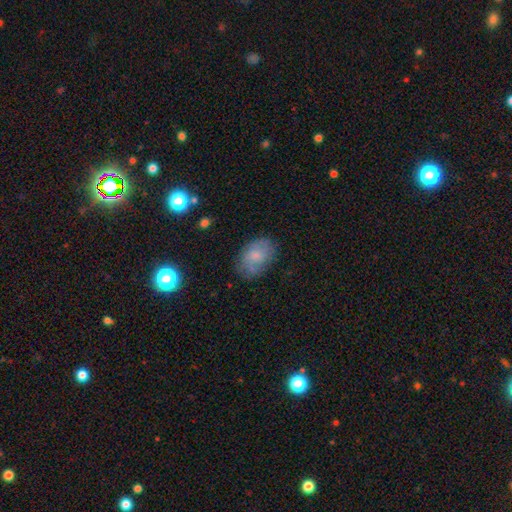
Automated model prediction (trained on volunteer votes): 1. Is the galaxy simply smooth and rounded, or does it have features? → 60% smooth, 31% featured or disk, 9% star or artifact.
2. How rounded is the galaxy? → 82% in between, 17% round, 1% cigar-shaped.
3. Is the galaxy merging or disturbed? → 69% none, 22% minor disturbance, 7% major disturbance, 2% merger.